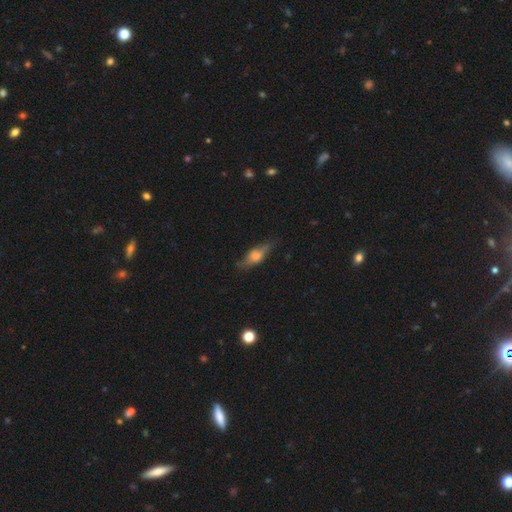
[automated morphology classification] The model was most divided on "smooth or featured": featured or disk: 47%, smooth: 45%, star or artifact: 8%. More confident: merging — none (72%).